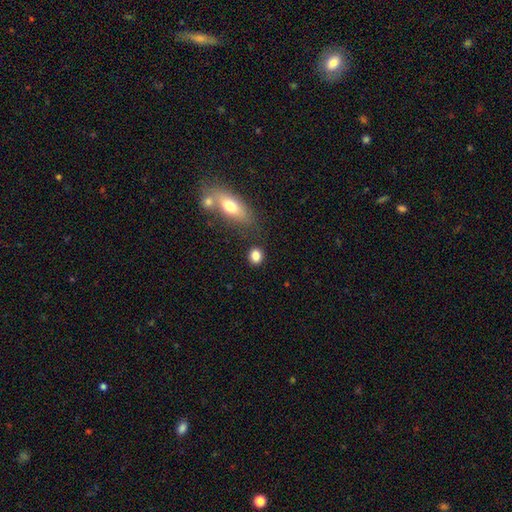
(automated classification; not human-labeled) Smooth or featured: smooth — 84% (star or artifact — 10%)
How rounded: round — 65% (in between — 33%)
Merging: none — 80% (minor disturbance — 10%)